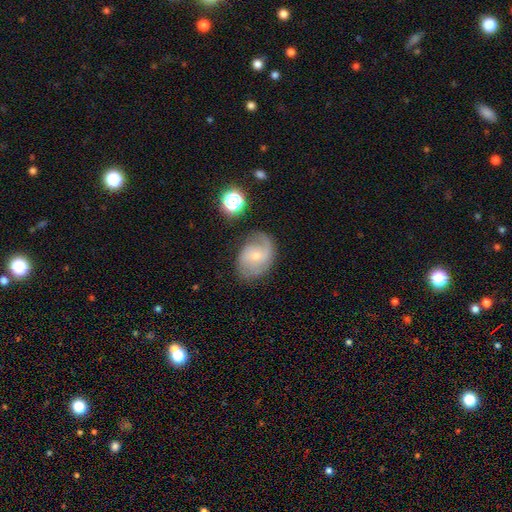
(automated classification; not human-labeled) This appears to be a featured or disk galaxy (74%) with no bar (56%), 2 (58%) medium (46%) spiral arms (93%) and a small central bulge (60%). Merging: none (66%).